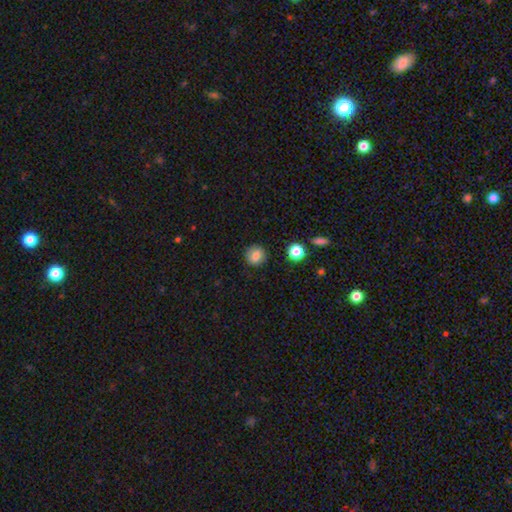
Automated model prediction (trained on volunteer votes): This is clearly a smooth galaxy (82%). How rounded: clearly round (88%). Merging: clearly none (88%).